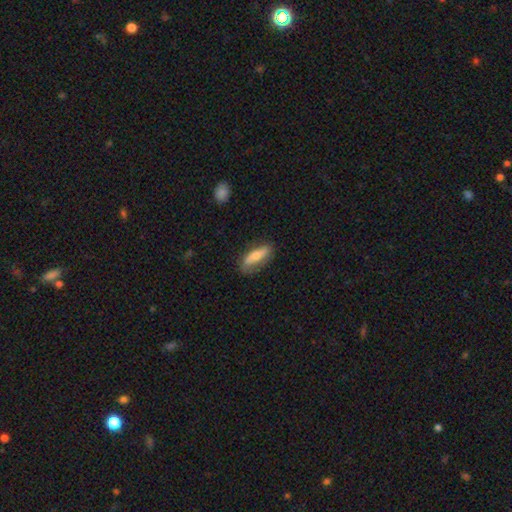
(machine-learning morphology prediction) Overall: smooth (57%; featured or disk 37%). How rounded: in between (55%; cigar-shaped 43%). Merging: none (73%).